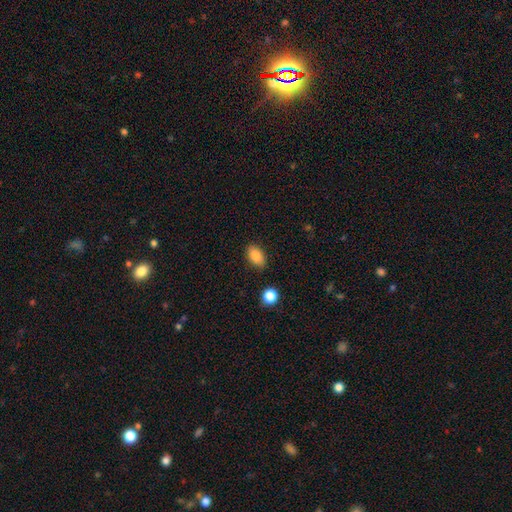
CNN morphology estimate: Smooth or featured: smooth — 86% (star or artifact — 8%)
How rounded: in between — 90% (round — 8%)
Merging: none — 86% (minor disturbance — 9%)